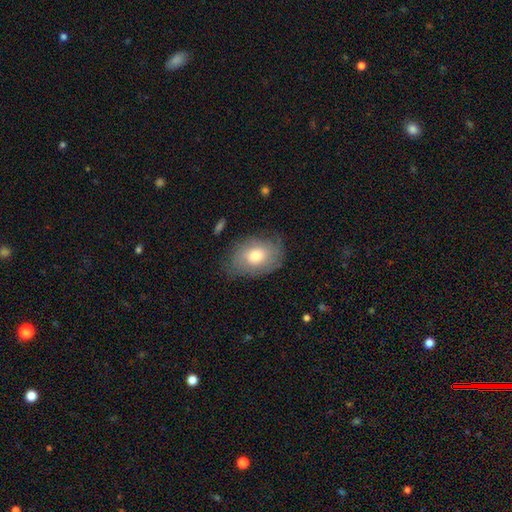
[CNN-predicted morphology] A smooth galaxy with no disk features (63%) that is in between round and cigar-shaped (79%). Merging: none (72%).